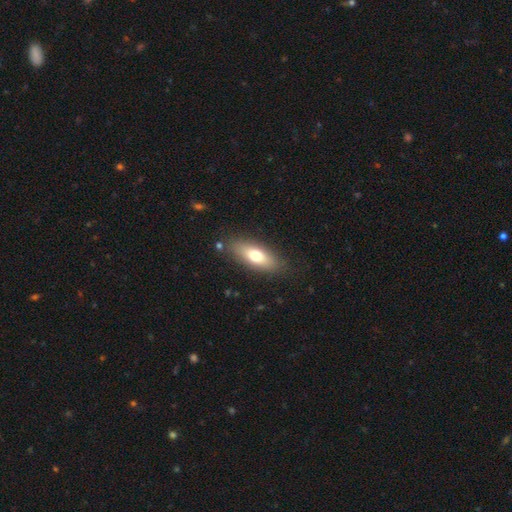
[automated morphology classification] This is likely a smooth galaxy (69%). How rounded: likely in between (71%). Merging: clearly none (83%).